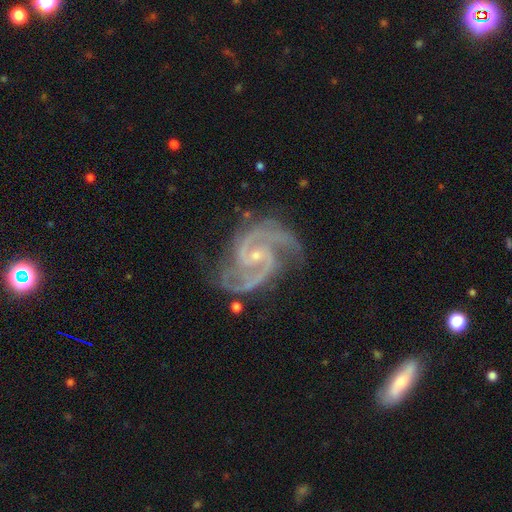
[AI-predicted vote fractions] Smooth or featured? Predicted: featured or disk (p=0.93). Edge-on disk? Predicted: no (p=0.98). Bar? Predicted: no (p=0.50). Spiral arms? Predicted: yes (p=0.99). Spiral winding? Predicted: medium (p=0.61). Spiral arm count? Predicted: 2 (p=0.77). Bulge size? Predicted: small (p=0.77). Merging? Predicted: none (p=0.70).